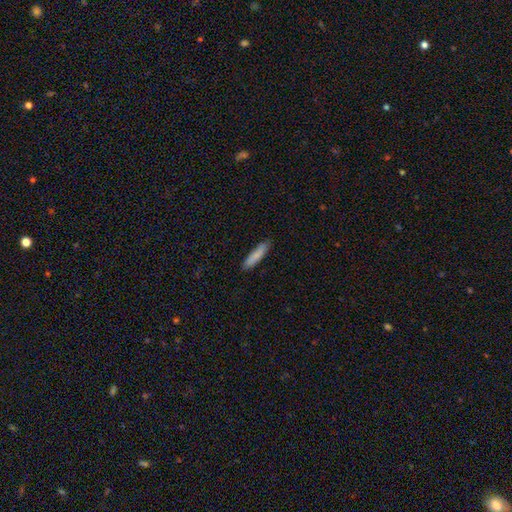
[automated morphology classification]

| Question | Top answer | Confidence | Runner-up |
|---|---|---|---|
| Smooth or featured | smooth | 84% | featured or disk (10%) |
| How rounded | cigar-shaped | 84% | in between (15%) |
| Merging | none | 87% | minor disturbance (10%) |